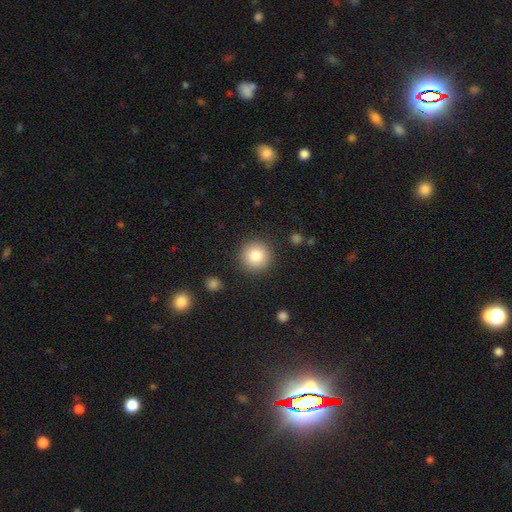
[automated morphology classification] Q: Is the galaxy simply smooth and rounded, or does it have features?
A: smooth — 83%.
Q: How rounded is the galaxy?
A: round — 95%.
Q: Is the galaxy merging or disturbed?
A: none — 90%.